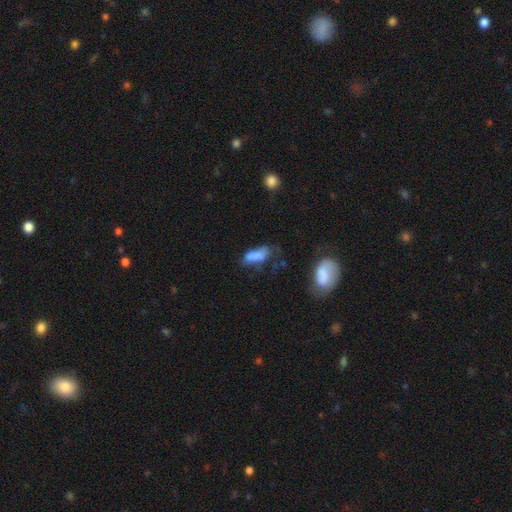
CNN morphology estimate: The model was most divided on "merging": none: 37%, minor disturbance: 32%, major disturbance: 22%, merger: 9%. More confident: how rounded — in between (76%); smooth or featured — smooth (74%).